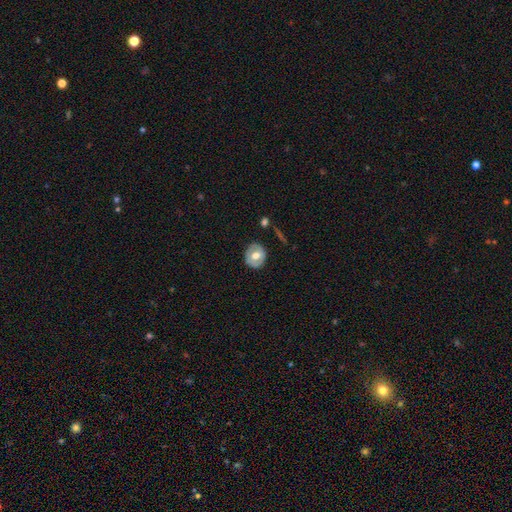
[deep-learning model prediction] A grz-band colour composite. It shows a smooth galaxy with no disk features (51%) that is round (76%). Merging: none (83%).